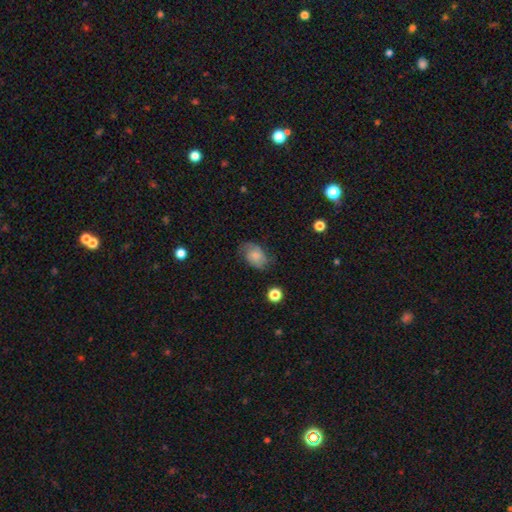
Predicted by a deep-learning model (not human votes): A smooth galaxy with no disk features (64%) that is in between round and cigar-shaped (82%). Merging: none (62%).